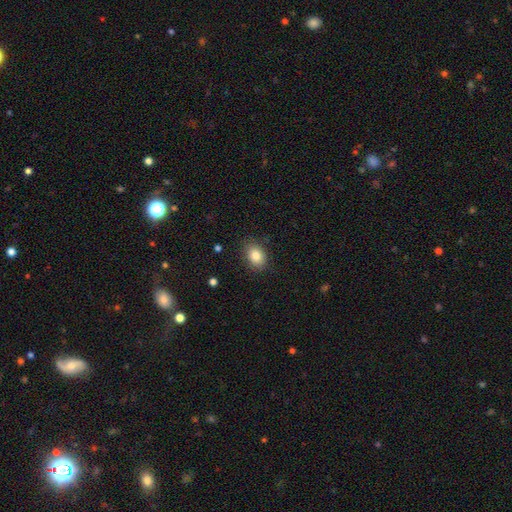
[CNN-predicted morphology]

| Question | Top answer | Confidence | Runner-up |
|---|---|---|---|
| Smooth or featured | smooth | 84% | star or artifact (9%) |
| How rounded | in between | 70% | round (29%) |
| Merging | none | 84% | minor disturbance (12%) |